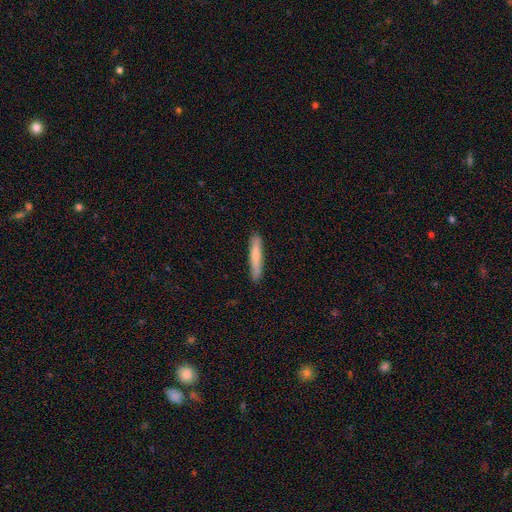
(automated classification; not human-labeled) Smooth or featured? smooth (66%)
How rounded? cigar-shaped (92%)
Merging? none (89%)